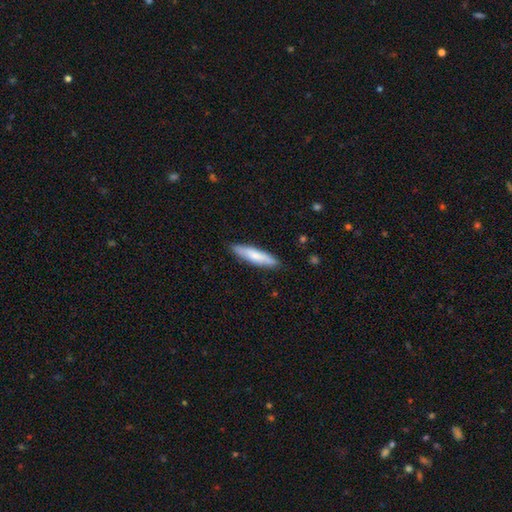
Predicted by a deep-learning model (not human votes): The model was most divided on "smooth or featured": smooth: 72%, featured or disk: 23%, star or artifact: 5%. More confident: merging — none (87%); how rounded — cigar-shaped (79%).